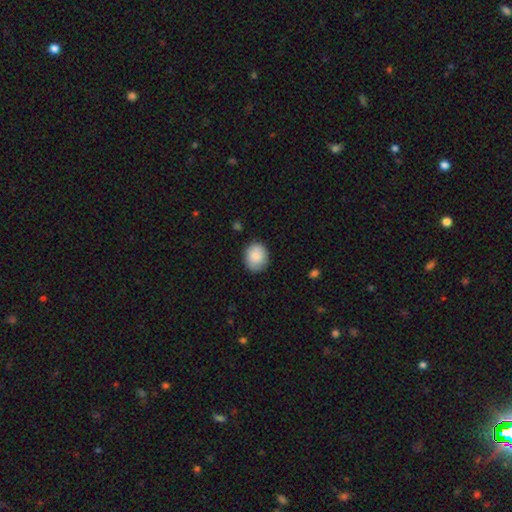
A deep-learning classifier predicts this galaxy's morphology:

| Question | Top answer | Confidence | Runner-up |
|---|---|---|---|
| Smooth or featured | smooth | 88% | star or artifact (7%) |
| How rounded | round | 66% | in between (33%) |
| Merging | none | 84% | minor disturbance (12%) |